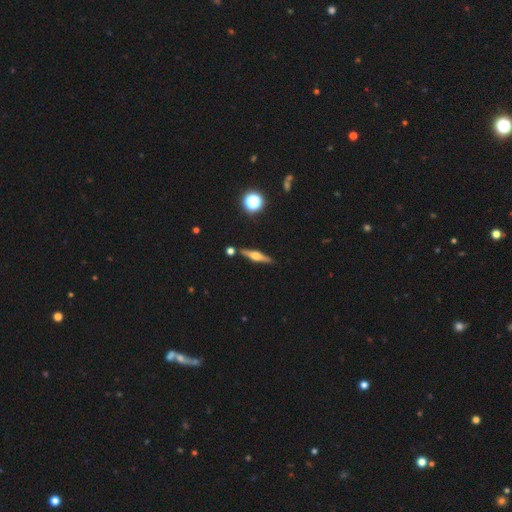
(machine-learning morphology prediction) featured or disk 68%, smooth 25%, star or artifact 7%. Down the decision tree: edge-on disk — yes (96%); edge-on bulge — rounded (89%); merging — none (86%).